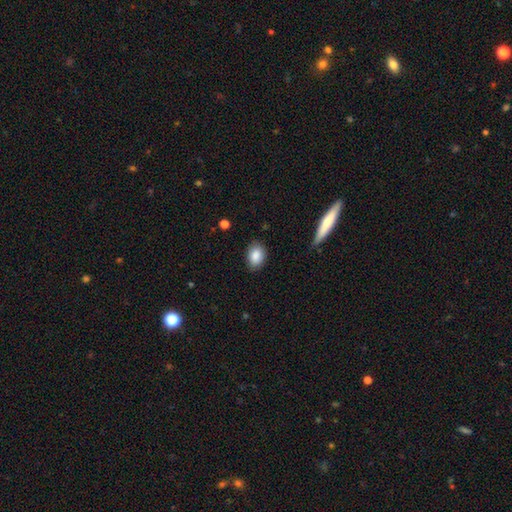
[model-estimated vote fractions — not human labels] Morphology: type=smooth (87%); roundness=in between (79%); merging=none (83%).